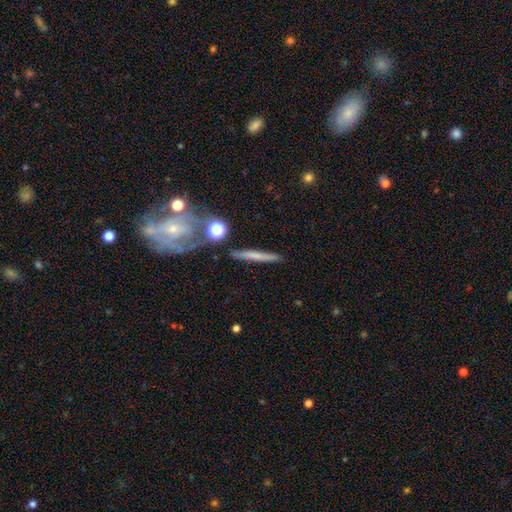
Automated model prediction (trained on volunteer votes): smooth_or_featured: smooth (p=0.54) [alt: featured or disk p=0.39]
how_rounded: cigar-shaped (p=0.91) [alt: round p=0.04]
merging: none (p=0.82) [alt: minor disturbance p=0.10]